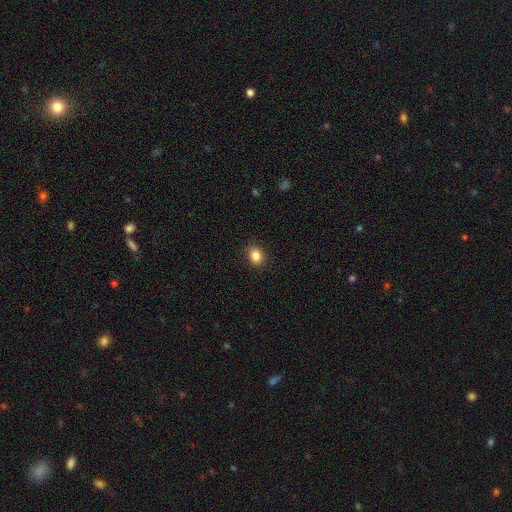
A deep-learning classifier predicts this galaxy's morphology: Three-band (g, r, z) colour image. It shows a smooth galaxy with no disk features (86%) that is in between round and cigar-shaped (55%). Merging: none (90%).